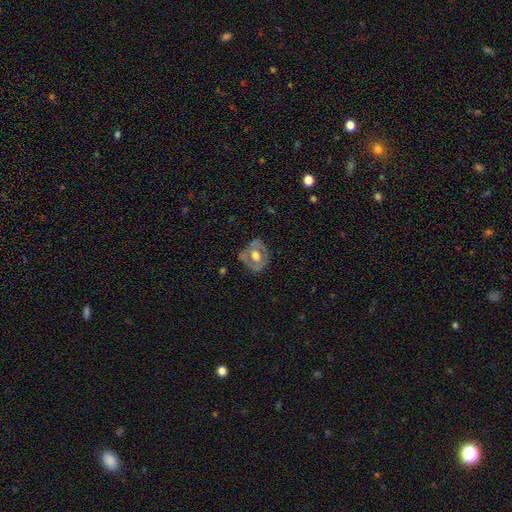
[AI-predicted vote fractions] smooth_or_featured: featured or disk (p=0.56) [alt: smooth p=0.38]
disk_edge_on: no (p=0.94) [alt: yes p=0.06]
bar: no (p=0.75) [alt: weak p=0.20]
has_spiral_arms: no (p=0.78) [alt: yes p=0.22]
bulge_size: moderate (p=0.57) [alt: large p=0.35]
merging: none (p=0.65) [alt: minor disturbance p=0.24]